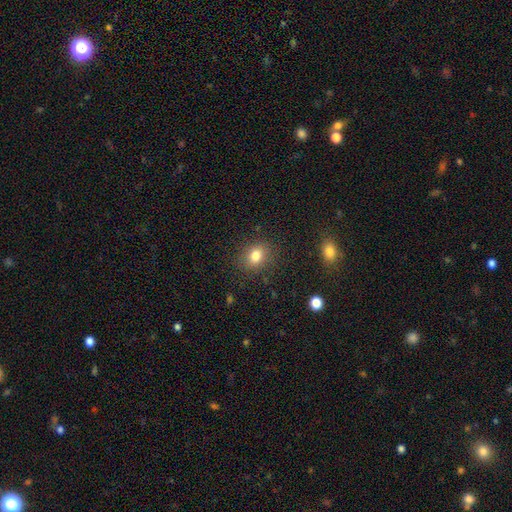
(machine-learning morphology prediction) type=smooth (81%); roundness=in between (55%); merging=none (84%).